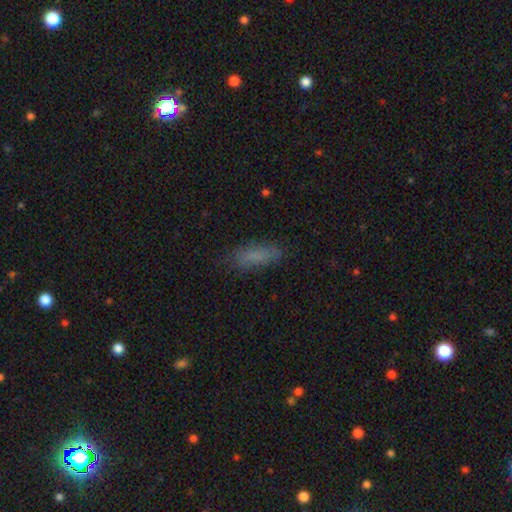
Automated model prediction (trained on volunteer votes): Smooth or featured? smooth (79%)
How rounded? in between (51%)
Merging? none (77%)